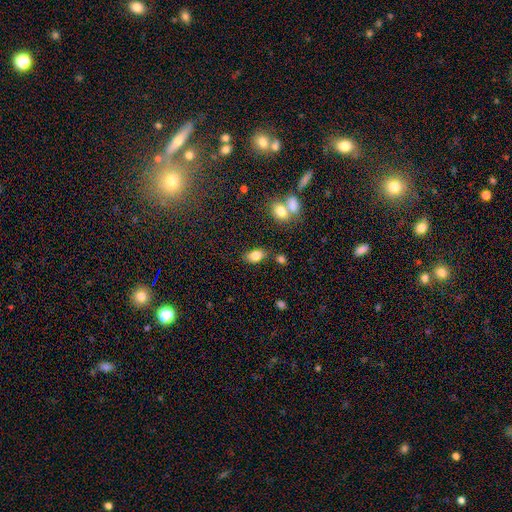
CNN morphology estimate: Smooth or featured? Predicted: smooth (p=0.83). How rounded? Predicted: in between (p=0.87). Merging? Predicted: none (p=0.73).